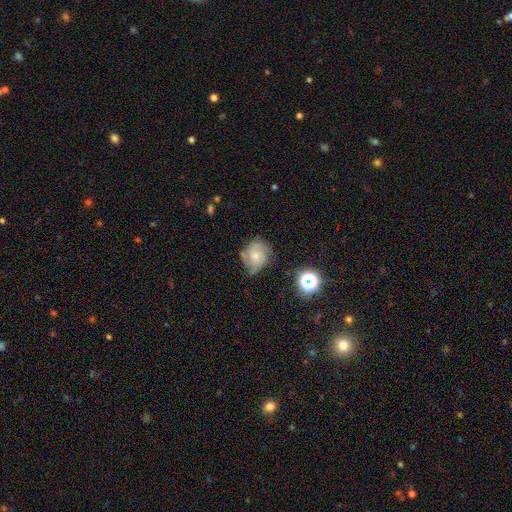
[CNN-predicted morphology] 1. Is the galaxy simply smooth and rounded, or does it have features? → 60% featured or disk, 29% smooth, 11% star or artifact.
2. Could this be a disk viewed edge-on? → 97% no, 3% yes.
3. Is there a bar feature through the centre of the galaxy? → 78% no, 19% weak, 3% strong.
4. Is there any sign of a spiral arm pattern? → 87% yes, 13% no.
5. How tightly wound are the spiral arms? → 49% tight, 38% medium, 13% loose.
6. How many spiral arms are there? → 31% can't tell, 27% 2, 26% 3, 6% 4, 5% 1, 4% more than 4.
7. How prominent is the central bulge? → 49% small, 41% moderate, 5% none, 3% large, 1% dominant.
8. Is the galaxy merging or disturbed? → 54% none, 30% minor disturbance, 13% major disturbance, 3% merger.